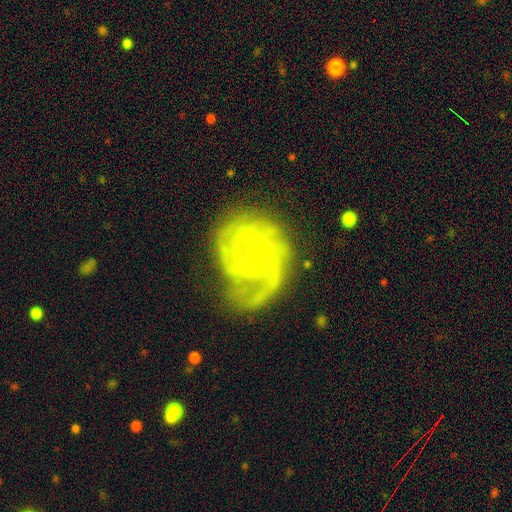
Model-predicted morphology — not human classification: Smooth or featured?
  - featured or disk: 86% *
  - smooth: 7%
  - star or artifact: 7%
Edge-on disk?
  - no: 98% *
  - yes: 2%
Bar?
  - no: 60% *
  - weak: 32%
  - strong: 8%
Spiral arms?
  - yes: 95% *
  - no: 5%
Spiral winding?
  - tight: 52% *
  - medium: 38%
  - loose: 10%
Spiral arm count?
  - 2: 30% *
  - 3: 25%
  - can't tell: 24%
  - 4: 8%
  - 1: 7%
  - more than 4: 6%
Bulge size?
  - small: 81% *
  - moderate: 15%
  - none: 2%
  - large: 1%
  - dominant: 1%
Merging?
  - none: 60% *
  - minor disturbance: 24%
  - major disturbance: 14%
  - merger: 2%